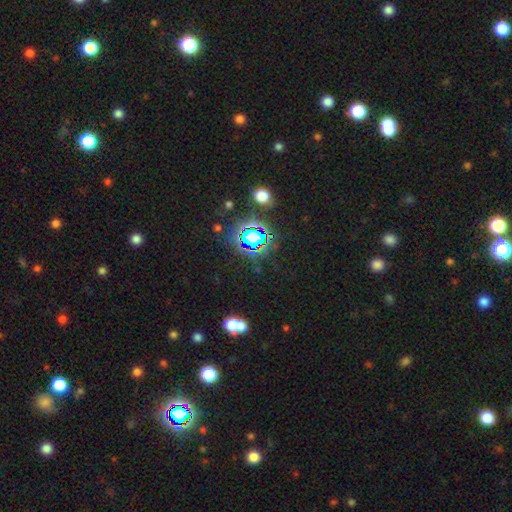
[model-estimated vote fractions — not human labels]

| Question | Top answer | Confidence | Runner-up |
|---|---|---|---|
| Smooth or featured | star or artifact | 79% | smooth (14%) |